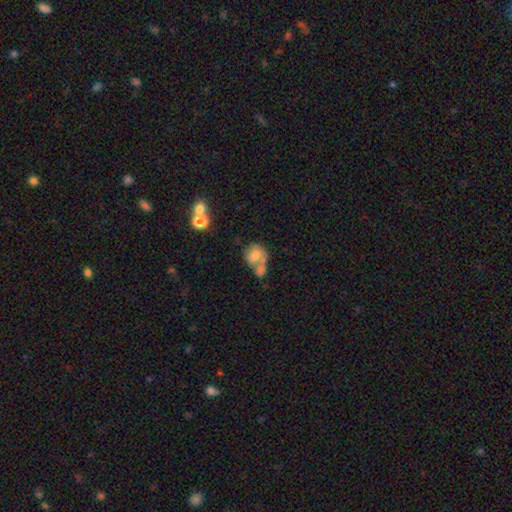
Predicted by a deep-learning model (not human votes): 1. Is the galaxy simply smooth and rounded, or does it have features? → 68% smooth, 23% featured or disk, 10% star or artifact.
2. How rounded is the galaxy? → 54% round, 44% in between, 1% cigar-shaped.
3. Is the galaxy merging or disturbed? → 54% merger, 23% none, 12% minor disturbance, 11% major disturbance.